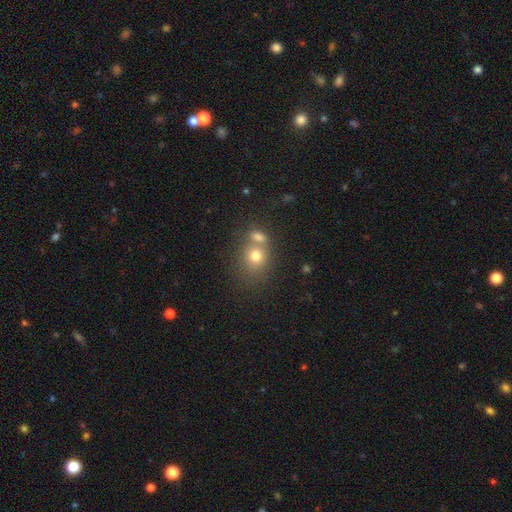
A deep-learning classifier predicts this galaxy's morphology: Smooth or featured?
  - smooth: 73% *
  - featured or disk: 14%
  - star or artifact: 13%
How rounded?
  - round: 70% *
  - in between: 29%
  - cigar-shaped: 1%
Merging?
  - merger: 45% *
  - none: 41%
  - minor disturbance: 9%
  - major disturbance: 4%